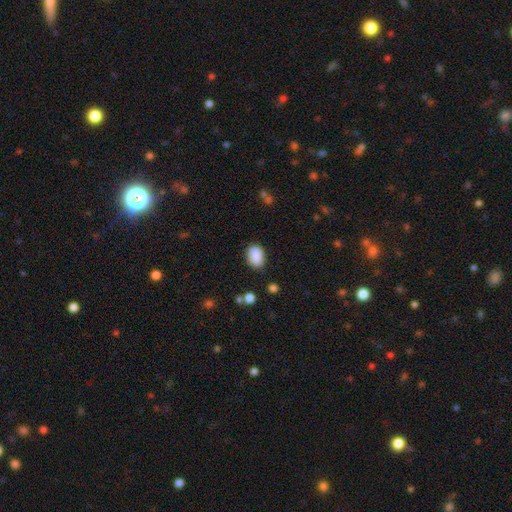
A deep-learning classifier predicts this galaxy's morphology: smooth 88%, star or artifact 7%, featured or disk 4%. Down the decision tree: how rounded — in between (84%); merging — none (80%).